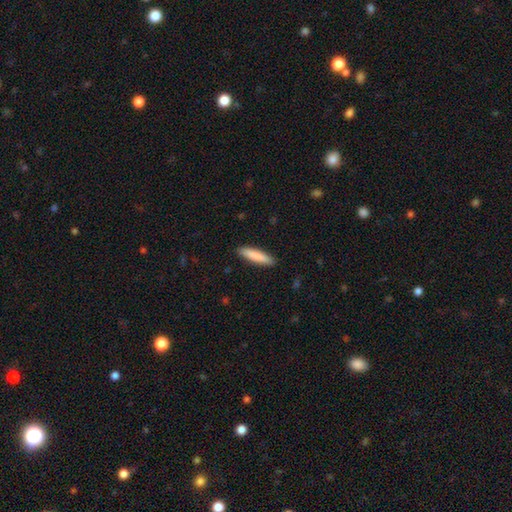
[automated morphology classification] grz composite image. It shows a smooth galaxy with no disk features (85%) that is cigar-shaped (82%). Merging: none (90%).